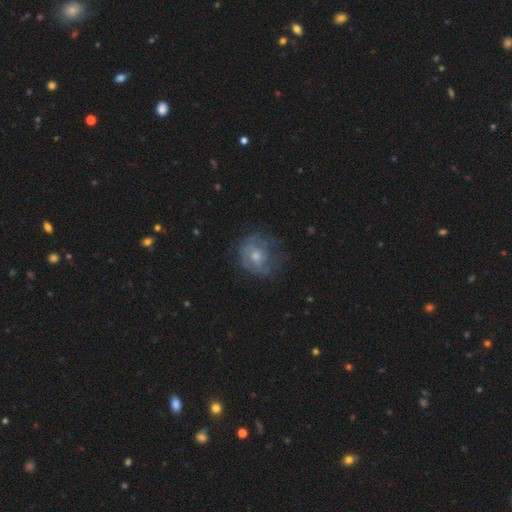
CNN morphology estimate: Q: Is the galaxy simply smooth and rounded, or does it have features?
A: featured or disk — 50%.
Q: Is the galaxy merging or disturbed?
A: none — 61%.